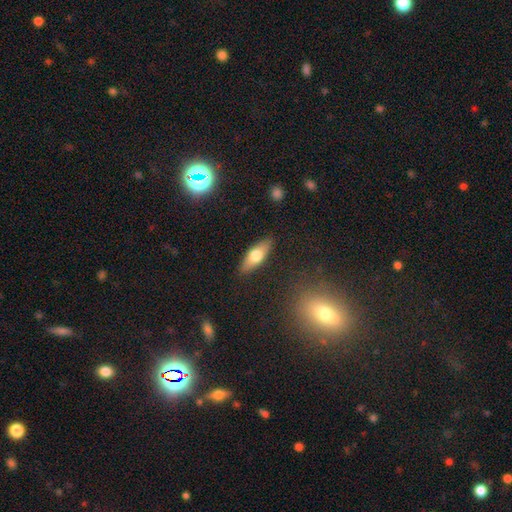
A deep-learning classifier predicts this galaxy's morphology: smooth-or-featured: smooth: 65% | featured or disk: 29% | star or artifact: 6%
  how-rounded: in between: 62% | cigar-shaped: 35% | round: 3%
  merging: none: 88% | minor disturbance: 8% | major disturbance: 2% | merger: 1%